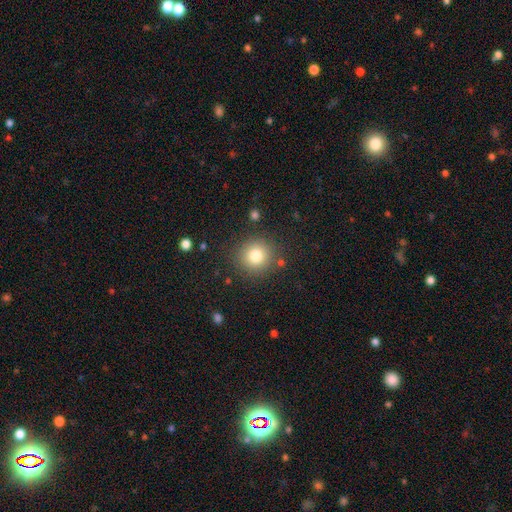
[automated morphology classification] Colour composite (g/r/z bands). It shows a smooth galaxy with no disk features (80%) that is round (92%). Merging: none (86%).